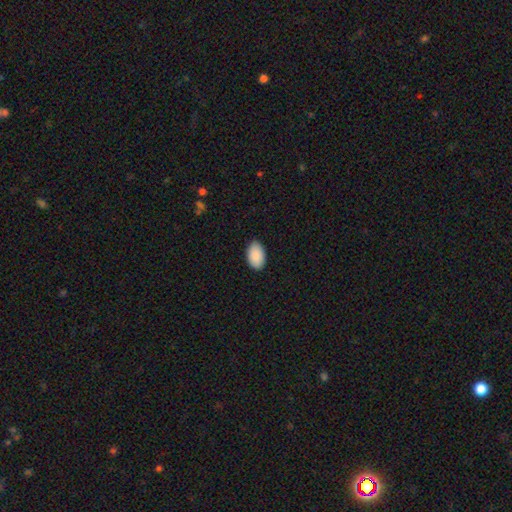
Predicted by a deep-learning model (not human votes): smooth 91%, star or artifact 6%, featured or disk 3%. Down the decision tree: how rounded — in between (94%); merging — none (88%).